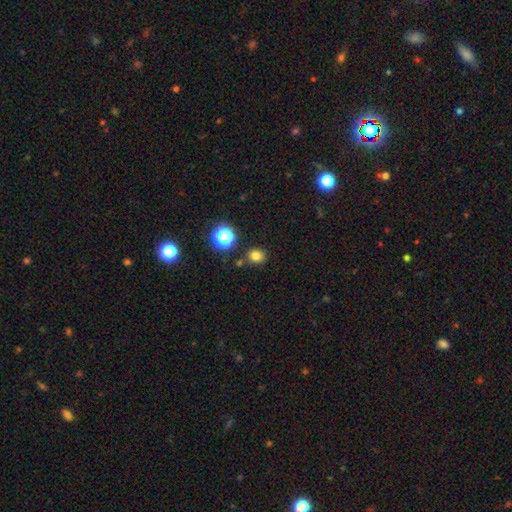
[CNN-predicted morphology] A smooth galaxy with no disk features (78%) that is round (65%).

Vote fractions:
- Smooth or featured? smooth: 78% / star or artifact: 16% / featured or disk: 6%
- How rounded? round: 65% / in between: 34% / cigar-shaped: 1%
- Merging? none: 82% / minor disturbance: 9% / merger: 6% / major disturbance: 3%